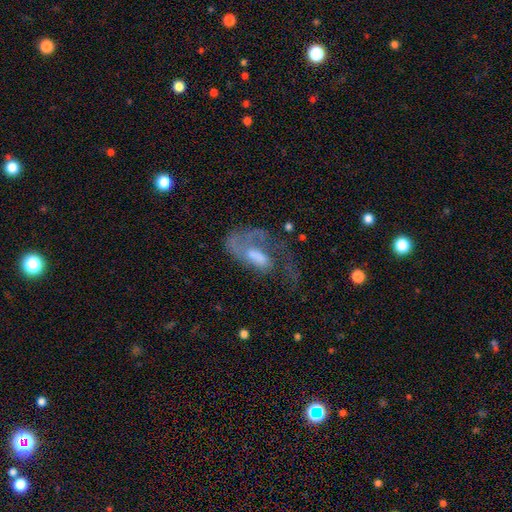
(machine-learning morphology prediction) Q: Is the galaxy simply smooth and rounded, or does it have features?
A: featured or disk — 69%.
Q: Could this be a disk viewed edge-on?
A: no — 95%.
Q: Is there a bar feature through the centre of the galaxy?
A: no — 53%.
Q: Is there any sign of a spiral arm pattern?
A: yes — 73%.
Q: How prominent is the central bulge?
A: moderate — 41%.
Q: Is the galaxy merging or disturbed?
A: major disturbance — 53%.